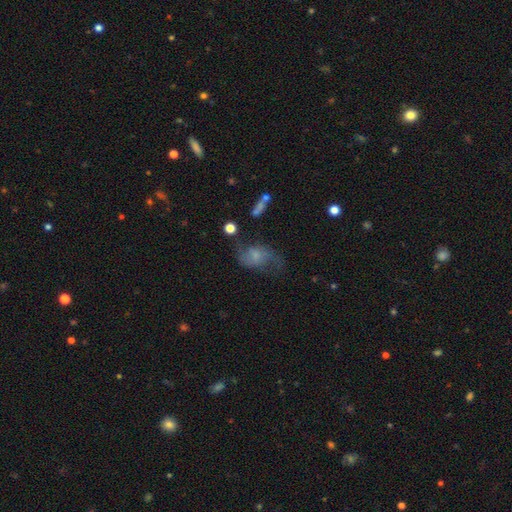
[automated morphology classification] Smooth or featured: featured or disk — 60% (smooth — 29%)
Edge-on disk: no — 96% (yes — 4%)
Bar: no — 65% (weak — 30%)
Spiral arms: yes — 86% (no — 14%)
Bulge size: small — 40% (moderate — 26%)
Merging: none — 52% (minor disturbance — 23%)